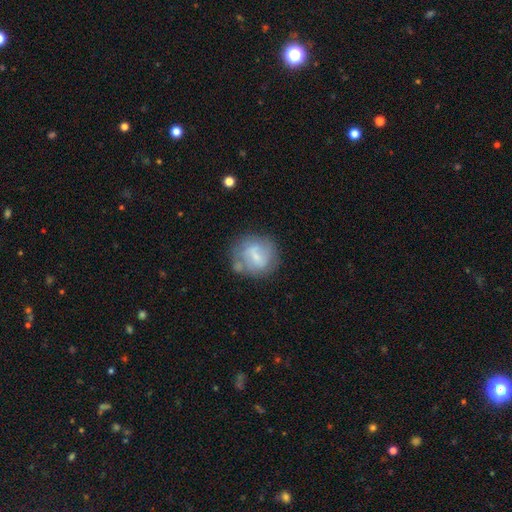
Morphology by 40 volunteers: type=smooth (48%, tied with featured or disk); roundness=round (84%); merging=none (53%).